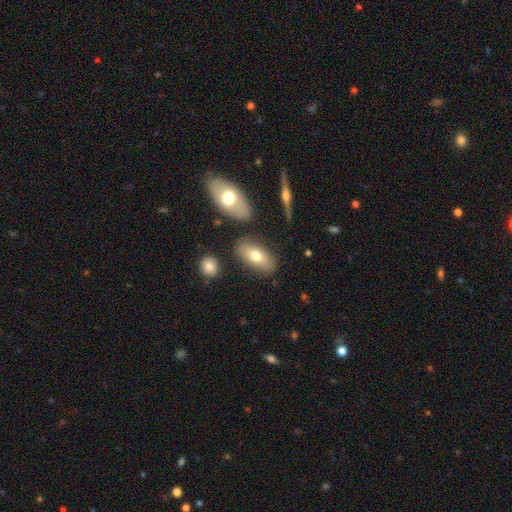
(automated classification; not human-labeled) This appears to be a smooth galaxy with no disk features (70%) that is in between round and cigar-shaped (88%). Merging: none (77%).